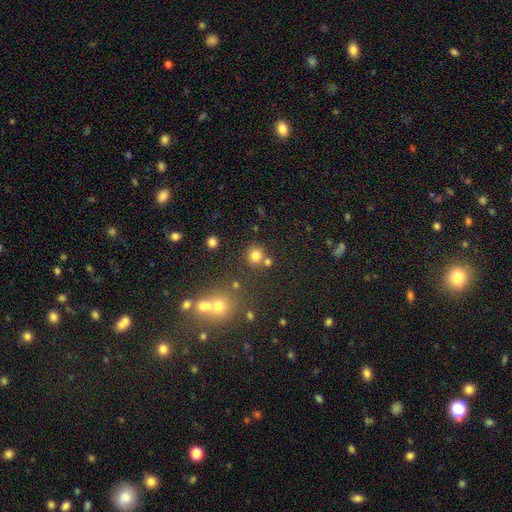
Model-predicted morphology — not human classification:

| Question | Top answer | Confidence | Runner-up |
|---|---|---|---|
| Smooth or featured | smooth | 76% | star or artifact (16%) |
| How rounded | round | 88% | in between (11%) |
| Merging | none | 73% | merger (15%) |